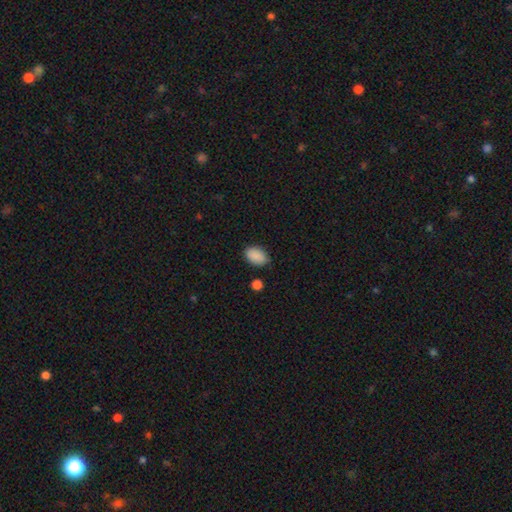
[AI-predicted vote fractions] Overall: smooth (89%). How rounded: in between (88%). Merging: none (76%).